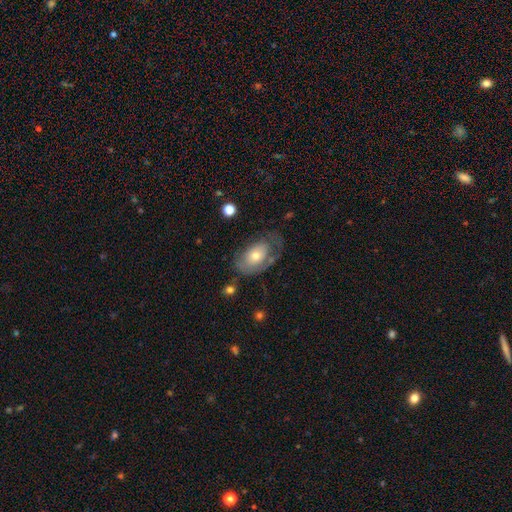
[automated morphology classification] Overall: smooth (51%; featured or disk 42%). How rounded: in between (88%). Merging: none (43%; minor disturbance 27%).